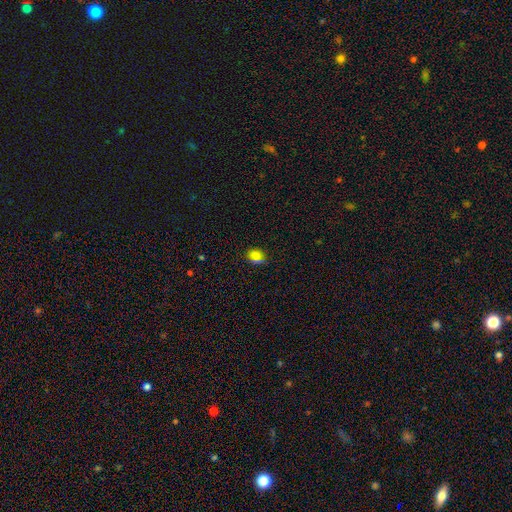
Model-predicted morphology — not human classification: Overall: smooth (73%). How rounded: round (50%; in between 49%). Merging: none (69%).